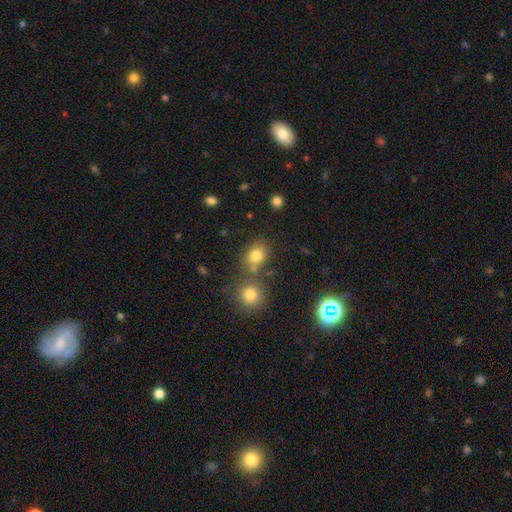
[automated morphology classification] smooth-or-featured: smooth: 79% | star or artifact: 14% | featured or disk: 7%
  how-rounded: round: 63% | in between: 36% | cigar-shaped: 1%
  merging: none: 61% | merger: 23% | minor disturbance: 12% | major disturbance: 4%